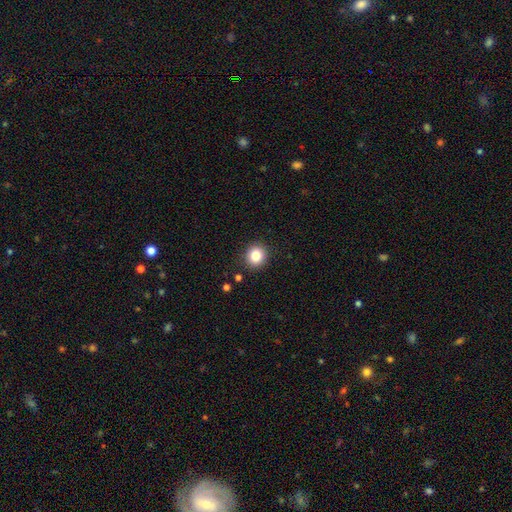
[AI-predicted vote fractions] smooth-or-featured: smooth: 83% | star or artifact: 11% | featured or disk: 6%
  how-rounded: round: 86% | in between: 13% | cigar-shaped: 1%
  merging: none: 90% | minor disturbance: 6% | major disturbance: 2% | merger: 1%